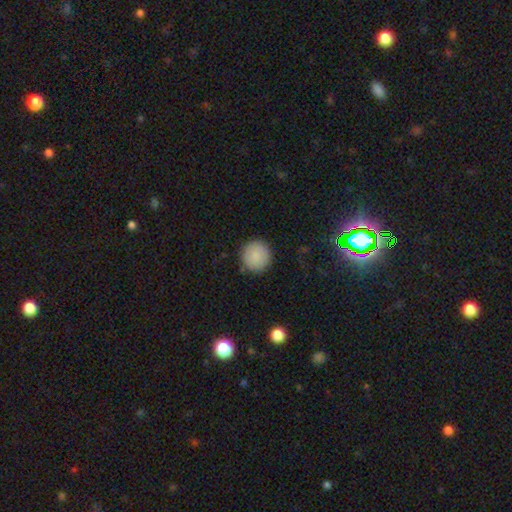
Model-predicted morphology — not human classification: smooth_or_featured: smooth (p=0.87) [alt: star or artifact p=0.07]
how_rounded: round (p=0.94) [alt: in between p=0.05]
merging: none (p=0.87) [alt: minor disturbance p=0.09]